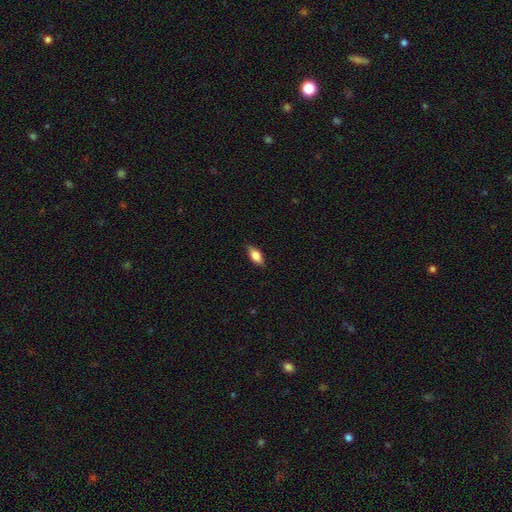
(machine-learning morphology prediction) Smooth or featured: smooth — 76% (featured or disk — 17%)
How rounded: in between — 83% (cigar-shaped — 13%)
Merging: none — 81% (minor disturbance — 15%)